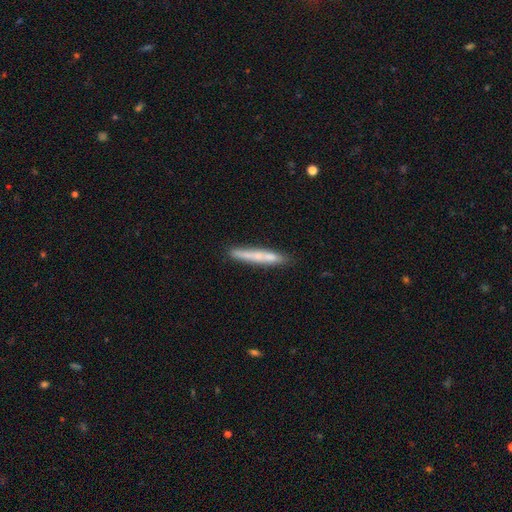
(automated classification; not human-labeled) Smooth or featured? Predicted: smooth (p=0.59). How rounded? Predicted: cigar-shaped (p=0.95). Merging? Predicted: none (p=0.80).